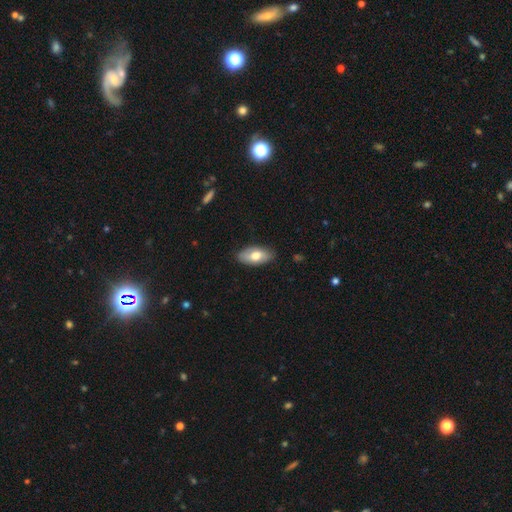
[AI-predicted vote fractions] smooth-or-featured: smooth: 70% | featured or disk: 25% | star or artifact: 6%
  how-rounded: in between: 93% | cigar-shaped: 4% | round: 3%
  merging: none: 84% | minor disturbance: 13% | major disturbance: 2% | merger: 1%